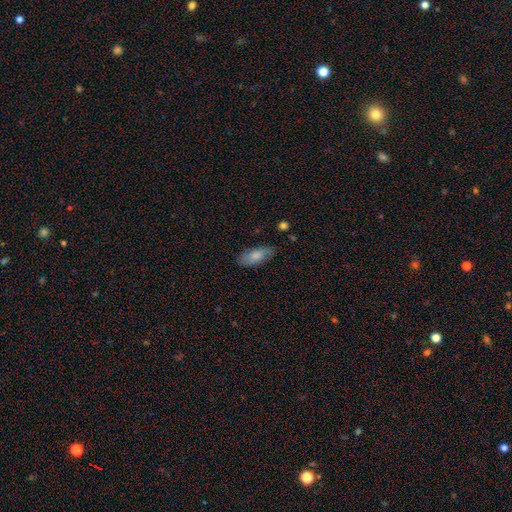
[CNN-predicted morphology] Q: Smooth or featured?
A: smooth (78%); runner-up: featured or disk (16%)
Q: How rounded?
A: in between (82%); runner-up: cigar-shaped (15%)
Q: Merging?
A: none (76%); runner-up: minor disturbance (18%)